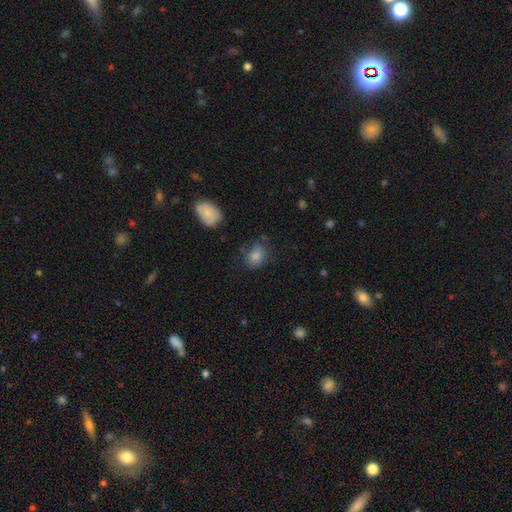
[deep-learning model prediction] Morphology: type=smooth (79%); roundness=in between (50%); merging=none (68%).